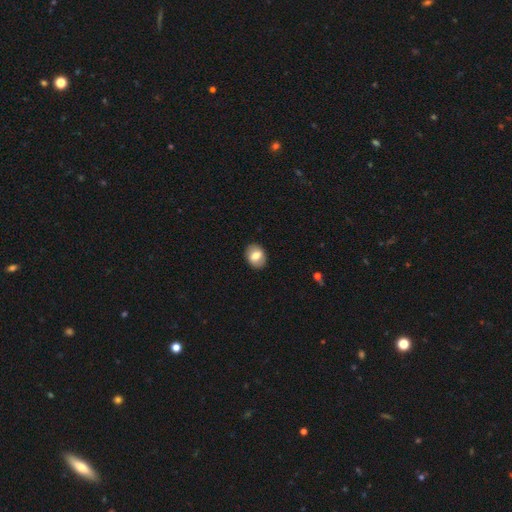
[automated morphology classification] The model was most divided on "how rounded": in between: 64%, round: 35%, cigar-shaped: 1%. More confident: merging — none (88%); smooth or featured — smooth (74%).